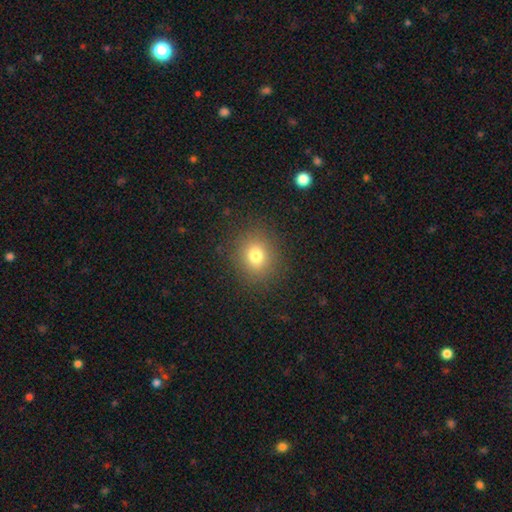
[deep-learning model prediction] The model was most divided on "how rounded": round: 78%, in between: 21%, cigar-shaped: 1%. More confident: merging — none (87%); smooth or featured — smooth (76%).